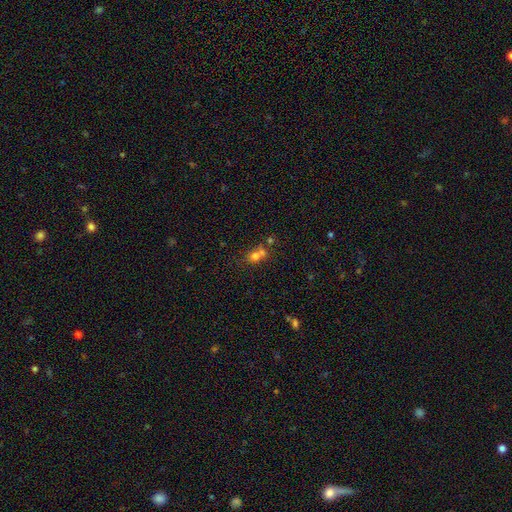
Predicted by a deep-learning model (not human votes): smooth-or-featured: smooth: 68% | star or artifact: 17% | featured or disk: 15%
  how-rounded: round: 75% | in between: 24% | cigar-shaped: 1%
  merging: merger: 52% | none: 37% | minor disturbance: 8% | major disturbance: 4%